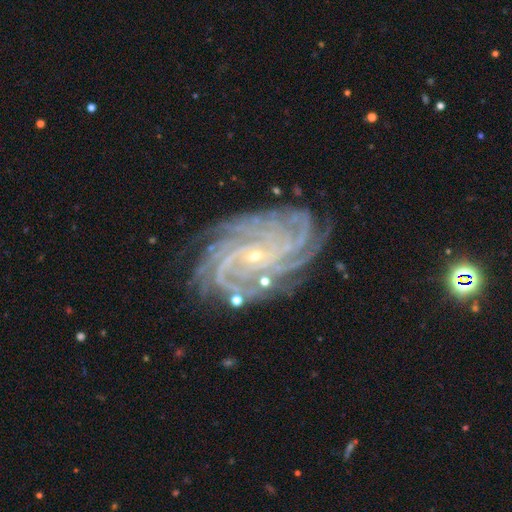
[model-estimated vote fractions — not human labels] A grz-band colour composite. It shows a featured or disk galaxy (90%) with no bar (61%), more than 4 (44%) tight (75%) spiral arms (99%) and a small central bulge (87%). Merging: none (80%).